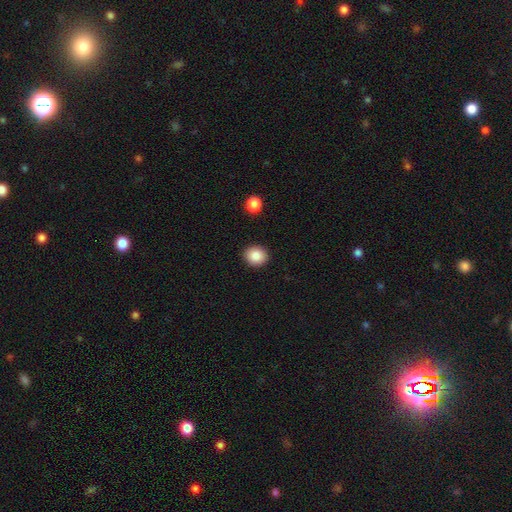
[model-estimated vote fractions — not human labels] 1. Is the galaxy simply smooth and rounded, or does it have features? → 86% smooth, 9% star or artifact, 5% featured or disk.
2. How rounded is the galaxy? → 77% round, 23% in between, 1% cigar-shaped.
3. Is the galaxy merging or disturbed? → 91% none, 6% minor disturbance, 2% major disturbance, 1% merger.